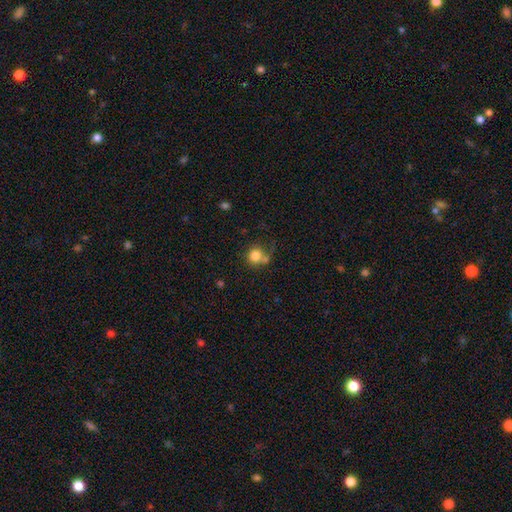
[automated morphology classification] Overall: smooth (80%). How rounded: round (85%). Merging: none (49%; merger 29%).